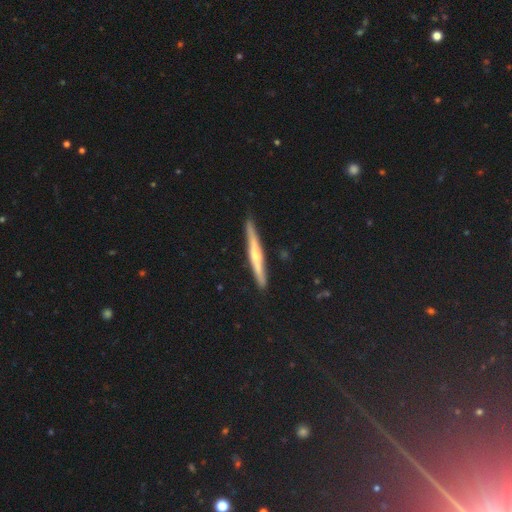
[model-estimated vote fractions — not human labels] The model was most divided on "smooth or featured": featured or disk: 66%, smooth: 28%, star or artifact: 6%. More confident: edge-on disk — yes (97%); merging — none (89%); edge-on bulge — rounded (73%).